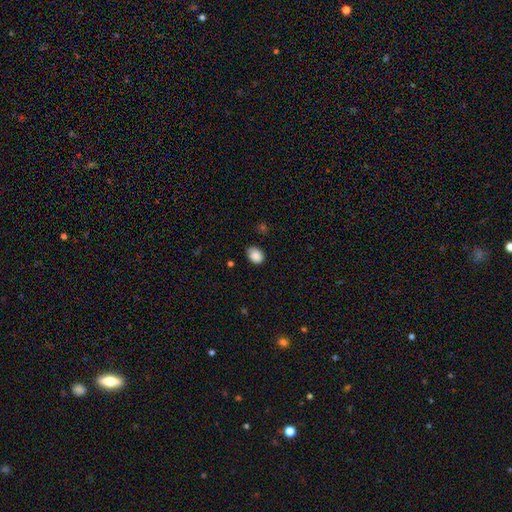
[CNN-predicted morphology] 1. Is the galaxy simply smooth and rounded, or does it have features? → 88% smooth, 8% star or artifact, 4% featured or disk.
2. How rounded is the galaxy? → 69% in between, 30% round, 1% cigar-shaped.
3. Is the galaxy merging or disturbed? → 74% none, 21% minor disturbance, 4% major disturbance, 1% merger.